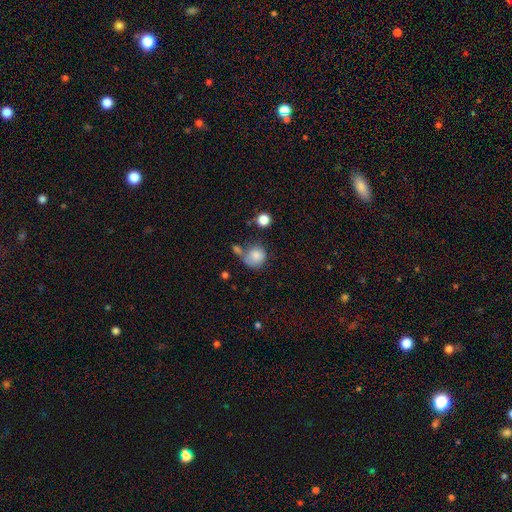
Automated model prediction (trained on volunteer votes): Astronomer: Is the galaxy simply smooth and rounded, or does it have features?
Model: smooth — 80%.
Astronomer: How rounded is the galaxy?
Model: round — 81%.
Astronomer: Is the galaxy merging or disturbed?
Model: none — 45% (runner-up: merger, 22%).